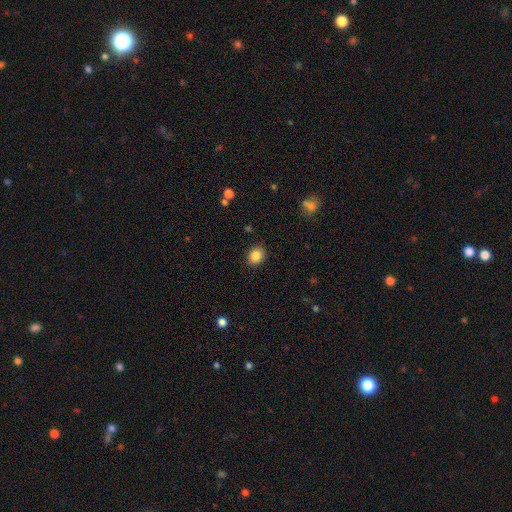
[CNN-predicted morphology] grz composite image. It shows a smooth galaxy with no disk features (86%) that is round (55%). Merging: none (88%).